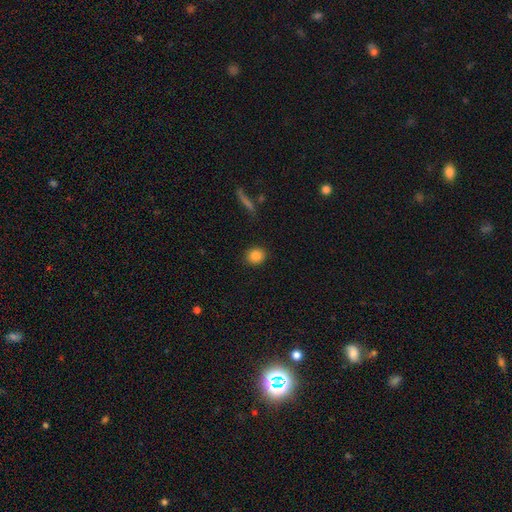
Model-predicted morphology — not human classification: This is clearly a smooth galaxy (86%). How rounded: likely round (78%). Merging: clearly none (90%).